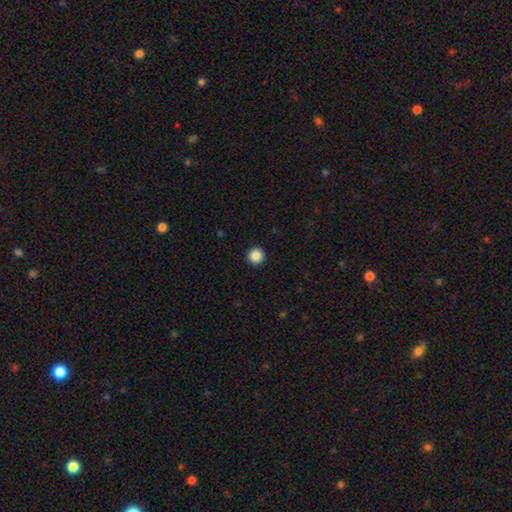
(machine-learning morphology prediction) Smooth or featured? smooth (88%)
How rounded? round (96%)
Merging? none (94%)